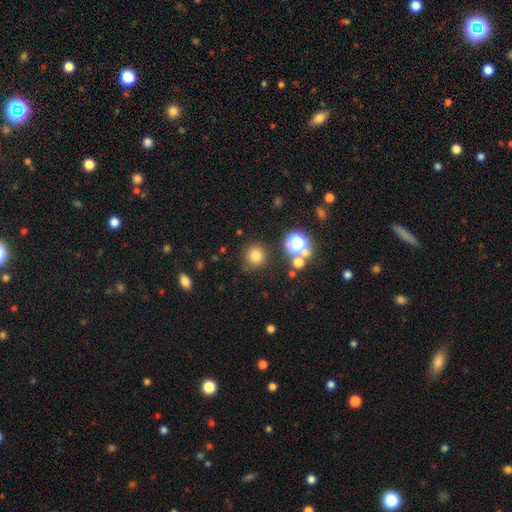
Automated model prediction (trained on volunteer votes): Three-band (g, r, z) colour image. It shows a smooth galaxy with no disk features (76%) that is round (93%). Merging: none (82%).